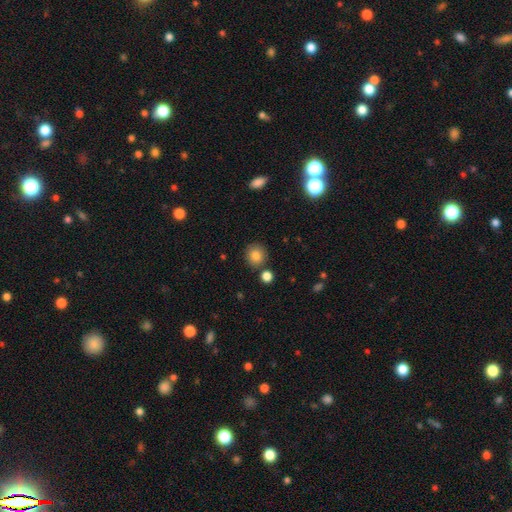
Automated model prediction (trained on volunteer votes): smooth-or-featured: smooth: 83% | star or artifact: 10% | featured or disk: 7%
  how-rounded: round: 89% | in between: 10% | cigar-shaped: 1%
  merging: none: 84% | minor disturbance: 8% | merger: 6% | major disturbance: 2%